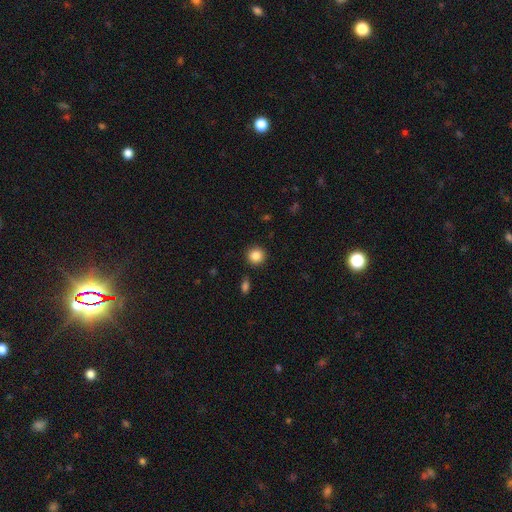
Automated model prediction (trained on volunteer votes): A smooth galaxy with no disk features (86%) that is round (93%). Merging: none (90%).